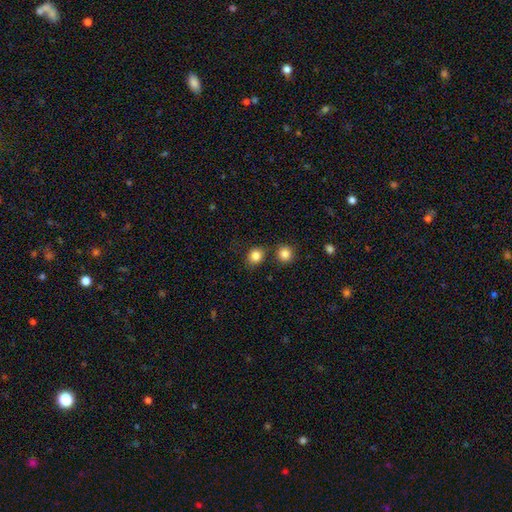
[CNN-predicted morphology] The model was most divided on "how rounded": round: 74%, in between: 26%, cigar-shaped: 1%. More confident: smooth or featured — smooth (84%); merging — none (75%).